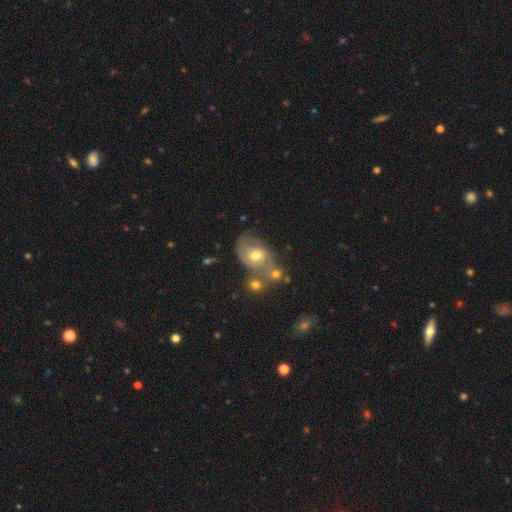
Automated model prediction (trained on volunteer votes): Smooth or featured?
  - featured or disk: 59% *
  - smooth: 32%
  - star or artifact: 10%
Edge-on disk?
  - no: 95% *
  - yes: 5%
Bar?
  - no: 59% *
  - weak: 34%
  - strong: 7%
Spiral arms?
  - yes: 77% *
  - no: 23%
Bulge size?
  - moderate: 69% *
  - small: 22%
  - large: 6%
  - none: 1%
  - dominant: 1%
Merging?
  - none: 40% *
  - merger: 29%
  - minor disturbance: 20%
  - major disturbance: 12%